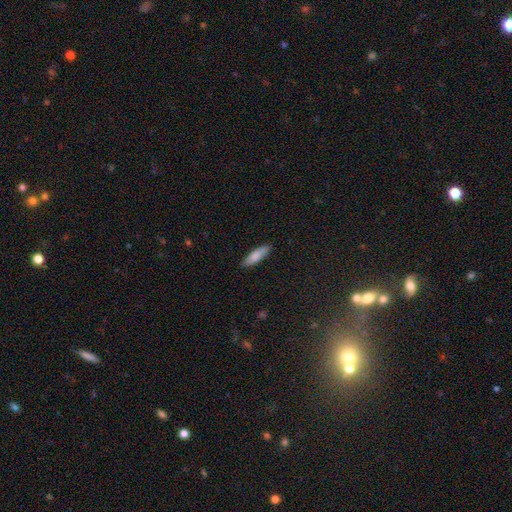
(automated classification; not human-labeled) This appears to be a smooth galaxy with no disk features (80%) that is cigar-shaped (64%). Merging: none (87%).